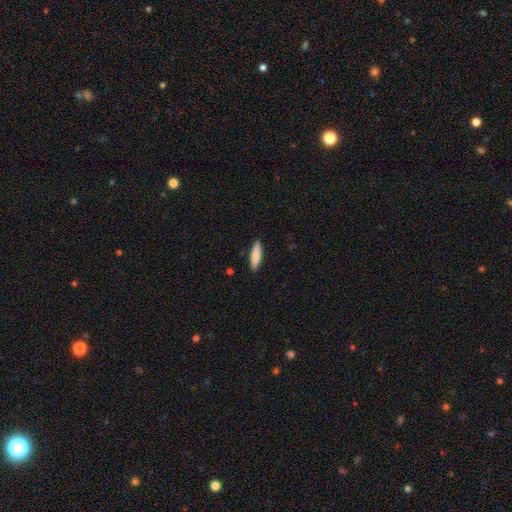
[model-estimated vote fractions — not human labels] This is clearly a smooth galaxy (82%). How rounded: likely cigar-shaped (74%). Merging: clearly none (90%).